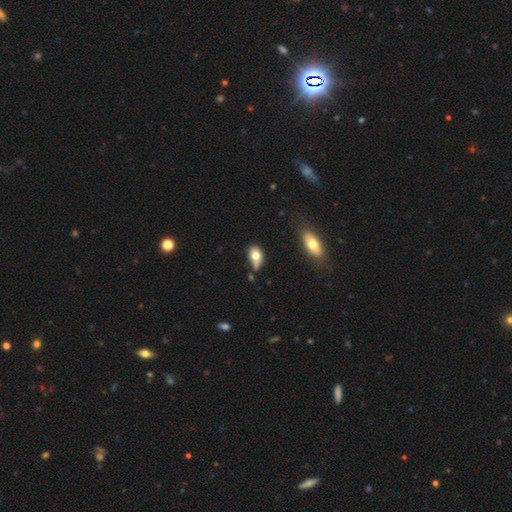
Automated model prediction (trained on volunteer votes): smooth-or-featured: smooth: 74% | featured or disk: 17% | star or artifact: 8%
  how-rounded: in between: 81% | round: 16% | cigar-shaped: 3%
  merging: none: 36% | minor disturbance: 30% | merger: 18% | major disturbance: 15%